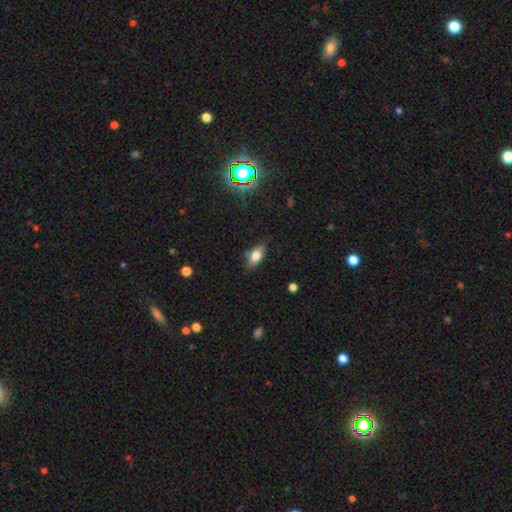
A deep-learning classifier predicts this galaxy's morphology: Q: Smooth or featured?
A: smooth (73%); runner-up: featured or disk (16%)
Q: How rounded?
A: in between (84%); runner-up: cigar-shaped (9%)
Q: Merging?
A: none (76%); runner-up: minor disturbance (18%)